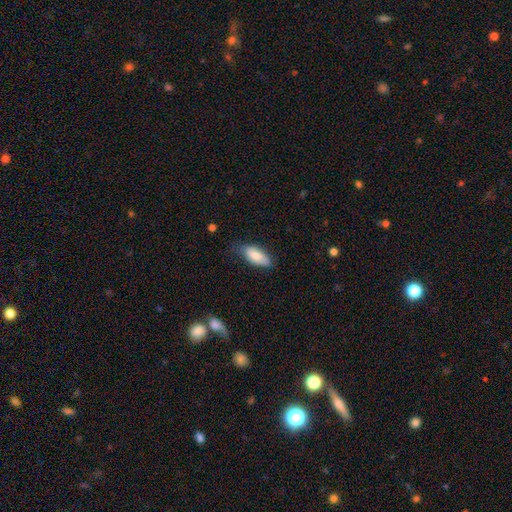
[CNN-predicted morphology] This appears to be a smooth galaxy with no disk features (81%) that is in between round and cigar-shaped (83%). Merging: none (66%).